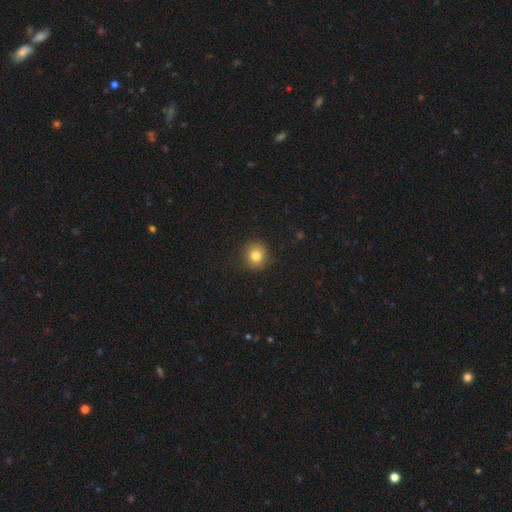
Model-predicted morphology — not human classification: This is clearly a smooth galaxy (80%). How rounded: clearly round (91%). Merging: clearly none (89%).